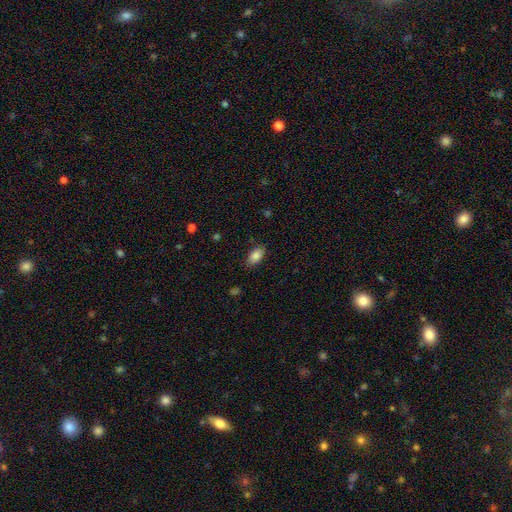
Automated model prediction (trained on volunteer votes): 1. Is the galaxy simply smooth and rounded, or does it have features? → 86% smooth, 8% star or artifact, 7% featured or disk.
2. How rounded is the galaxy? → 91% in between, 5% round, 4% cigar-shaped.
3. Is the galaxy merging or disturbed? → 83% none, 13% minor disturbance, 3% major disturbance, 1% merger.